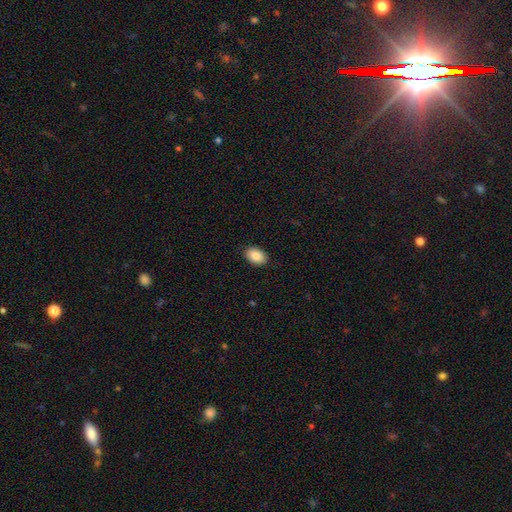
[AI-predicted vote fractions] Overall: smooth (87%). How rounded: in between (87%). Merging: none (90%).